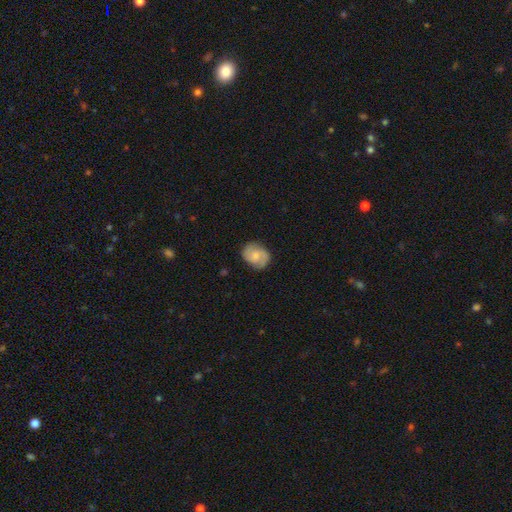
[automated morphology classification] The model was most divided on "bulge size": moderate: 45%, small: 41%, none: 9%, large: 4%, dominant: 1%. More confident: edge-on disk — no (97%); spiral arms — yes (90%); merging — none (77%); bar — no (62%); smooth or featured — featured or disk (55%).